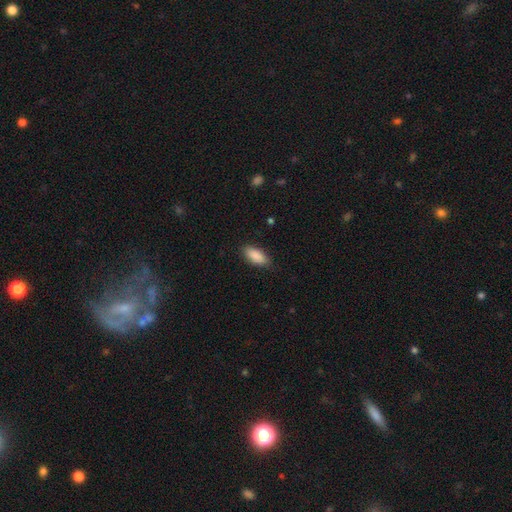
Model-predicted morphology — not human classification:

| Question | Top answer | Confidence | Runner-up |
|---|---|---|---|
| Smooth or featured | smooth | 89% | star or artifact (6%) |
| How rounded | in between | 86% | cigar-shaped (12%) |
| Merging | none | 85% | minor disturbance (12%) |